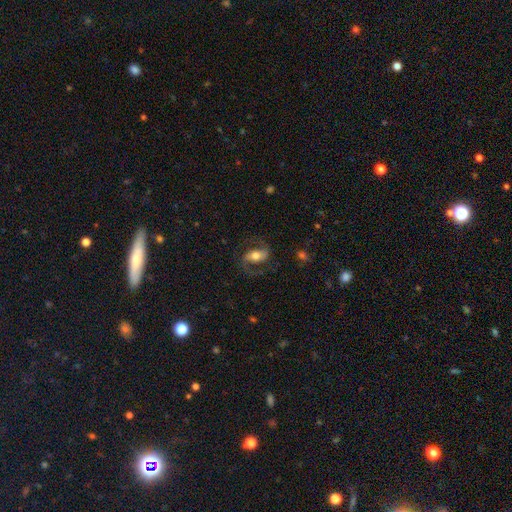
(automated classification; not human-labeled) Smooth or featured: featured or disk — 74% (smooth — 20%)
Edge-on disk: no — 96% (yes — 4%)
Bar: strong — 42% (weak — 33%)
Spiral arms: yes — 92% (no — 8%)
Spiral winding: medium — 51% (loose — 37%)
Spiral arm count: 2 — 91% (can't tell — 3%)
Bulge size: moderate — 63% (large — 17%)
Merging: none — 73% (minor disturbance — 14%)